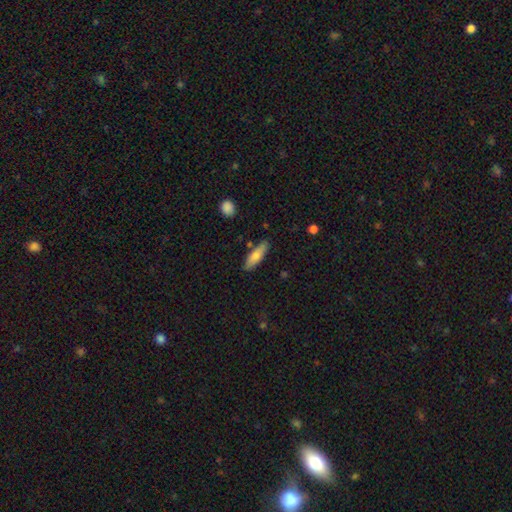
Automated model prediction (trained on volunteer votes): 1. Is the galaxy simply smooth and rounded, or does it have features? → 75% smooth, 19% featured or disk, 6% star or artifact.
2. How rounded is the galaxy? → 54% cigar-shaped, 44% in between, 2% round.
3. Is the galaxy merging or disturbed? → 82% none, 12% minor disturbance, 3% merger, 2% major disturbance.